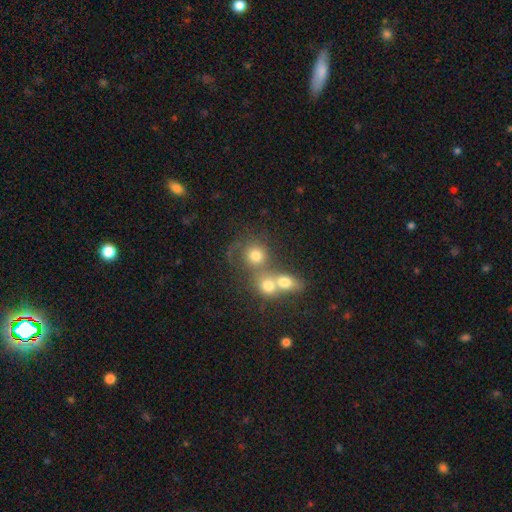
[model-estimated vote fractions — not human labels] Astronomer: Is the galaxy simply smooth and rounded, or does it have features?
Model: smooth — 69%.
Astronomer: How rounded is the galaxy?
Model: round — 81%.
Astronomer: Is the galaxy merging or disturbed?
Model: merger — 49% (runner-up: none, 34%).